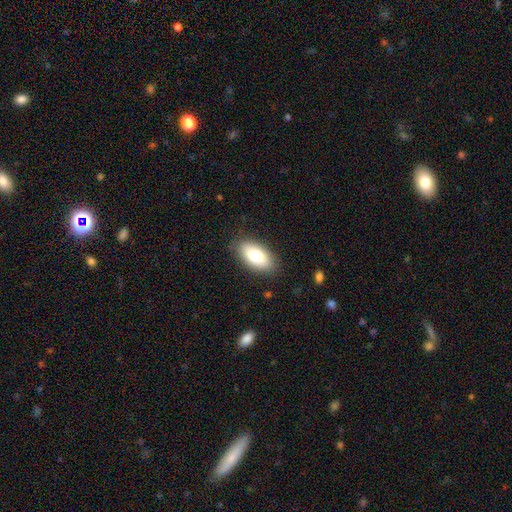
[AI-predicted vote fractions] Smooth or featured: smooth — 77% (featured or disk — 16%)
How rounded: in between — 92% (cigar-shaped — 5%)
Merging: none — 85% (minor disturbance — 11%)